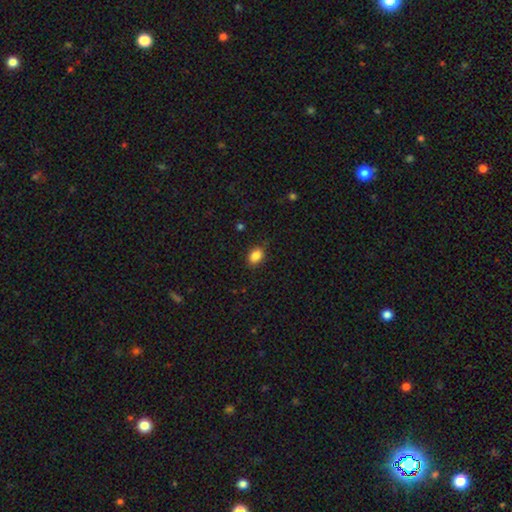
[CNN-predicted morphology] smooth_or_featured: smooth (p=0.87) [alt: star or artifact p=0.09]
how_rounded: in between (p=0.79) [alt: round p=0.20]
merging: none (p=0.84) [alt: minor disturbance p=0.12]